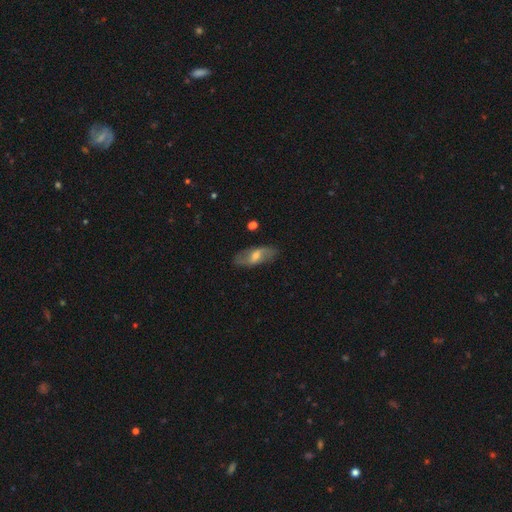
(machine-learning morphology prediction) Smooth or featured? featured or disk (56%)
Edge-on disk? no (86%)
Merging? none (81%)